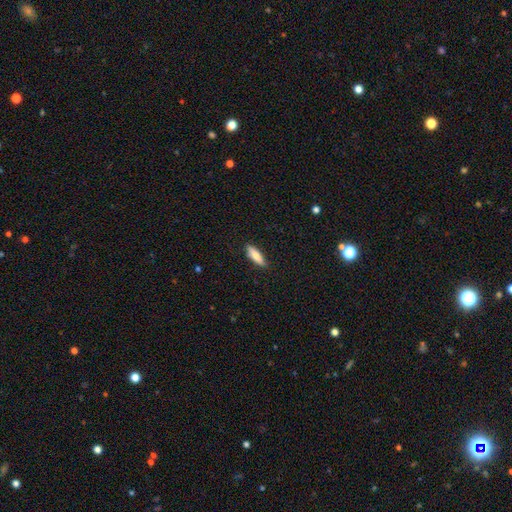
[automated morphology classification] A smooth galaxy with no disk features (78%) that is cigar-shaped (55%). Merging: none (86%).